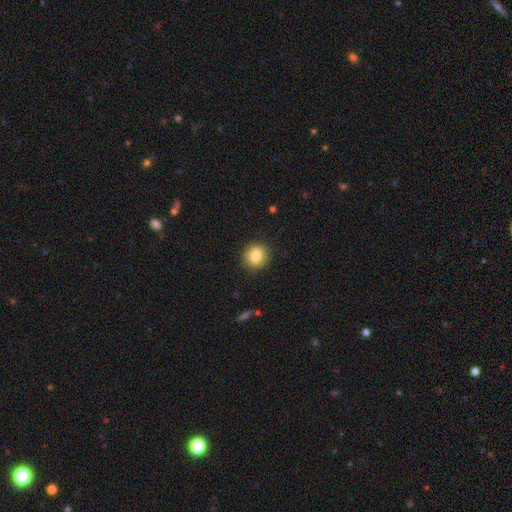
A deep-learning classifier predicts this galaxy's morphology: A smooth galaxy with no disk features (83%) that is round (83%).

Vote fractions:
- Smooth or featured? smooth: 83% / star or artifact: 9% / featured or disk: 8%
- How rounded? round: 83% / in between: 16% / cigar-shaped: 1%
- Merging? none: 88% / minor disturbance: 9% / major disturbance: 2% / merger: 1%